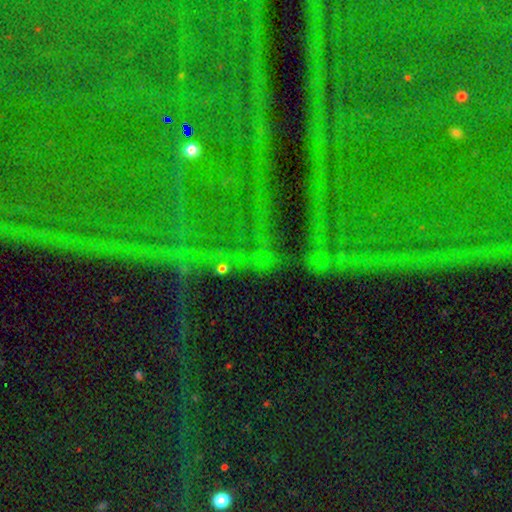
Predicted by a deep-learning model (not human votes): A star or artifact, not a galaxy (84%).